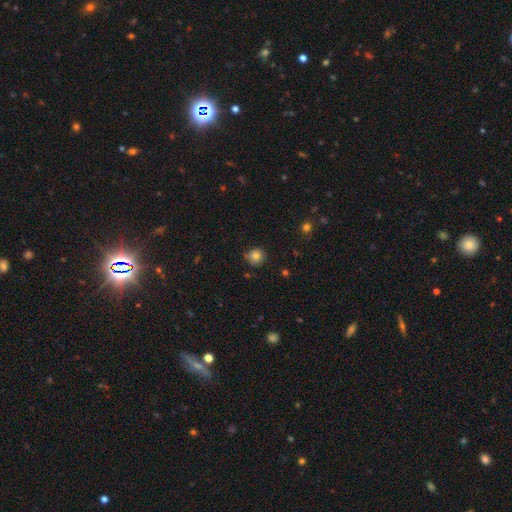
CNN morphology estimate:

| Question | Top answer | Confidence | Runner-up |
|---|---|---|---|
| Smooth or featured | smooth | 79% | star or artifact (12%) |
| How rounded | round | 93% | in between (6%) |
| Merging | none | 80% | minor disturbance (15%) |